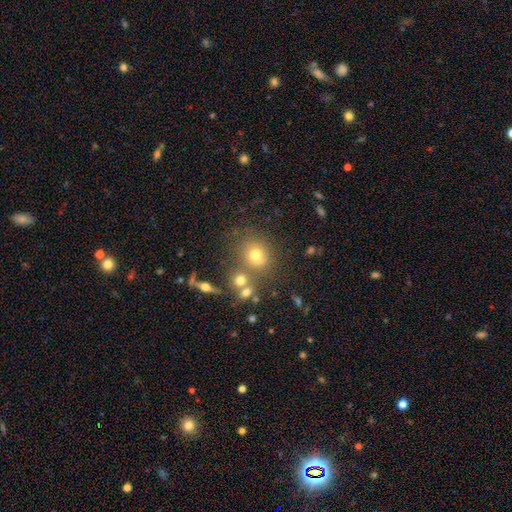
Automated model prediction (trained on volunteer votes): The model was most divided on "merging": none: 64%, merger: 18%, minor disturbance: 13%, major disturbance: 6%. More confident: how rounded — round (75%); smooth or featured — smooth (67%).